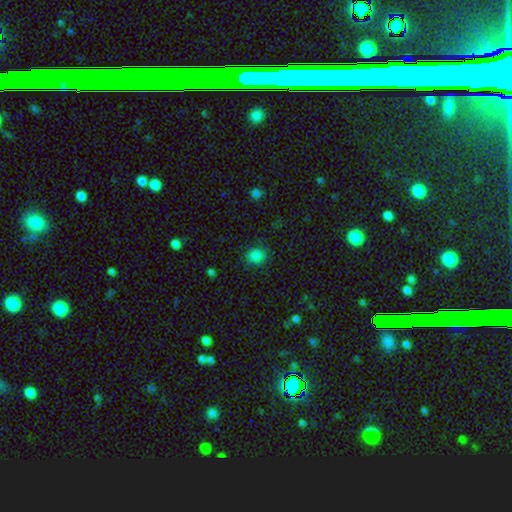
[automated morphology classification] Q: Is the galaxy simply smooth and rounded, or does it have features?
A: smooth — 83%.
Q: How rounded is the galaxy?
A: round — 79%.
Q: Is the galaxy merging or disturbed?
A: none — 85%.